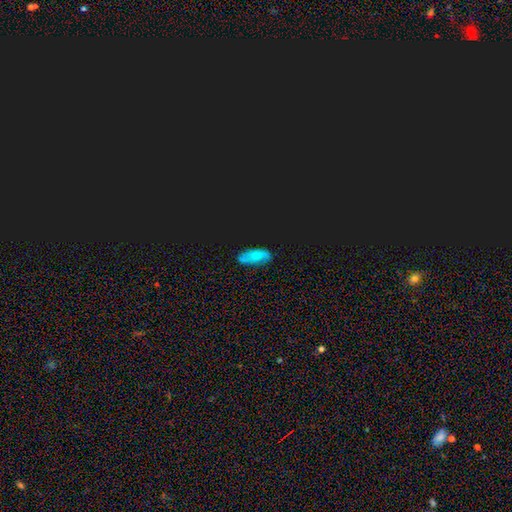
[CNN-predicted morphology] Smooth or featured?
  - smooth: 48% *
  - star or artifact: 32%
  - featured or disk: 20%
Merging?
  - none: 79% *
  - minor disturbance: 16%
  - major disturbance: 4%
  - merger: 2%